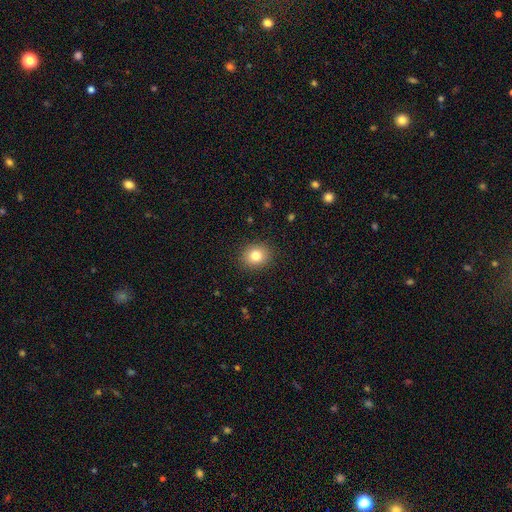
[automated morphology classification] A smooth galaxy with no disk features (81%) that is round (70%).

Vote fractions:
- Smooth or featured? smooth: 81% / star or artifact: 11% / featured or disk: 8%
- How rounded? round: 70% / in between: 29% / cigar-shaped: 1%
- Merging? none: 90% / minor disturbance: 7% / major disturbance: 2% / merger: 1%